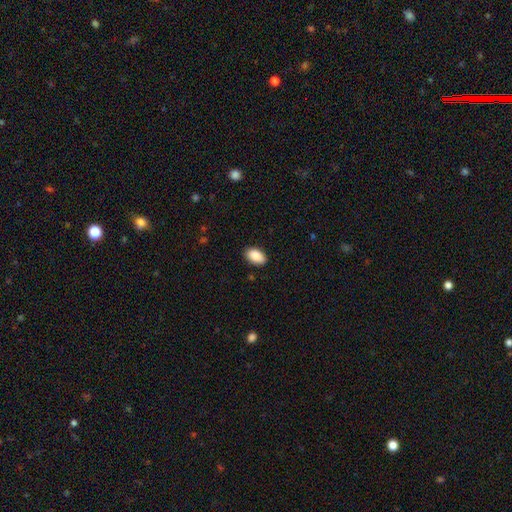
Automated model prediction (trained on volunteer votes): Overall: smooth (89%). How rounded: in between (93%). Merging: none (88%).